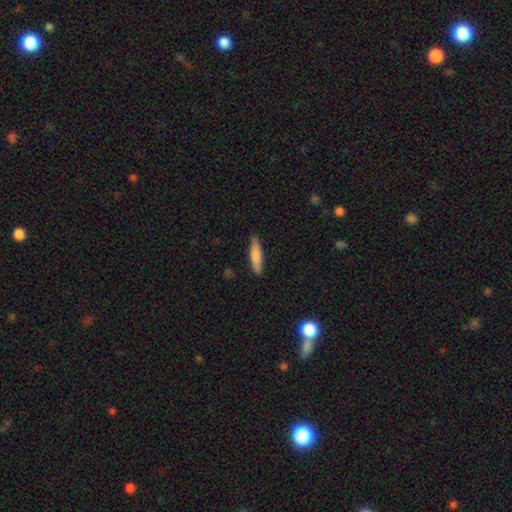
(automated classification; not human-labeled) Q: Smooth or featured?
A: smooth (79%); runner-up: featured or disk (15%)
Q: How rounded?
A: cigar-shaped (77%); runner-up: in between (21%)
Q: Merging?
A: none (86%); runner-up: minor disturbance (11%)